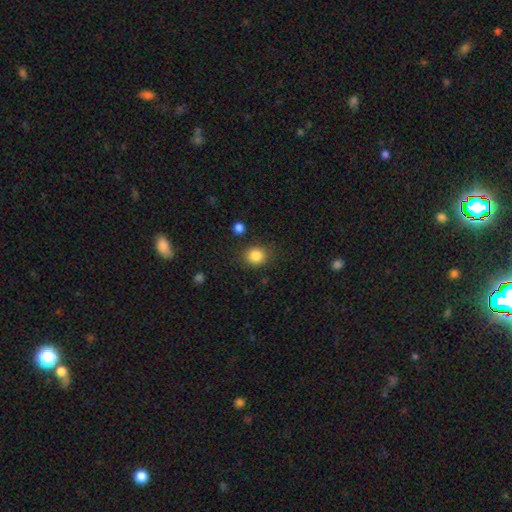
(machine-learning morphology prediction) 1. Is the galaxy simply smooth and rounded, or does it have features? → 85% smooth, 10% star or artifact, 5% featured or disk.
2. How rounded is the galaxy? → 74% round, 25% in between, 1% cigar-shaped.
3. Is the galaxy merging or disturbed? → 83% none, 11% minor disturbance, 4% major disturbance, 3% merger.